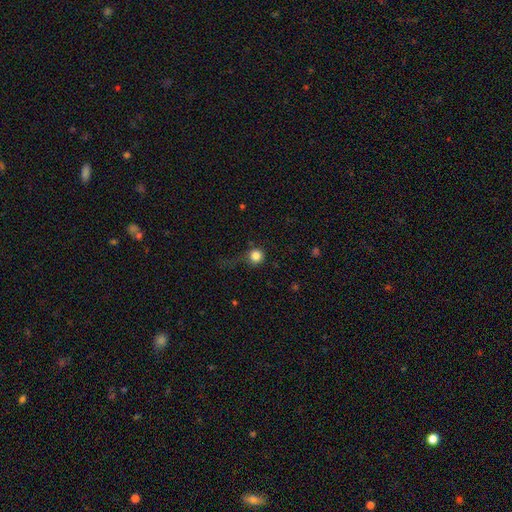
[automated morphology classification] The model was most divided on "merging": none: 57%, minor disturbance: 21%, major disturbance: 19%, merger: 3%. More confident: how rounded — round (93%); smooth or featured — smooth (82%).